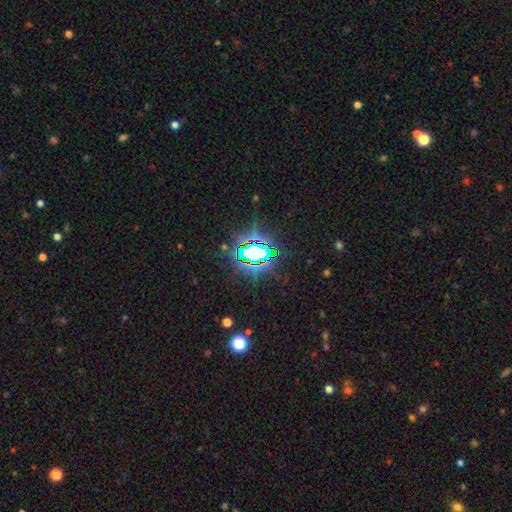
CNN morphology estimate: Smooth or featured: star or artifact — 77% (smooth — 12%)